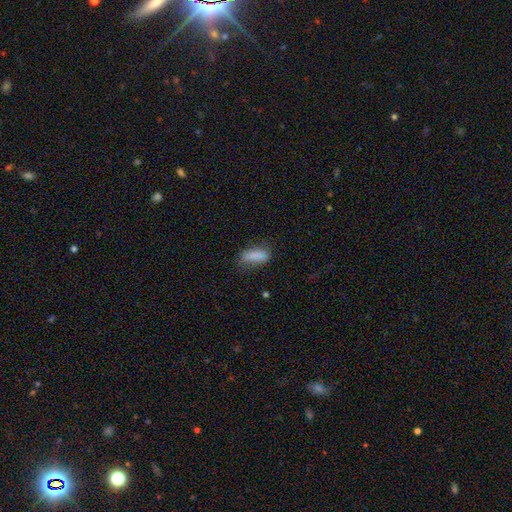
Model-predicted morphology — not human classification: smooth_or_featured: smooth (p=0.82) [alt: featured or disk p=0.10]
how_rounded: in between (p=0.72) [alt: cigar-shaped p=0.26]
merging: none (p=0.63) [alt: minor disturbance p=0.25]